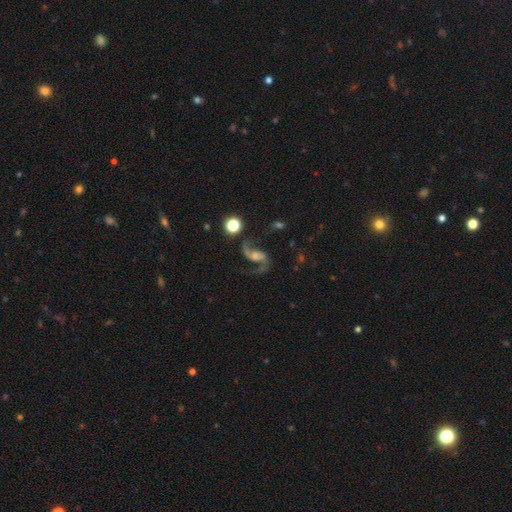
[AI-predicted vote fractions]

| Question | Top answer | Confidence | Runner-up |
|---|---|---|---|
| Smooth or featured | featured or disk | 86% | star or artifact (8%) |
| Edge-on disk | no | 98% | yes (2%) |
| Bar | no | 46% | weak (39%) |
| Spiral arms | yes | 97% | no (3%) |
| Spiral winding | loose | 72% | medium (24%) |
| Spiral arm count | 2 | 92% | 1 (4%) |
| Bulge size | moderate | 35% | small (30%) |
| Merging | none | 68% | minor disturbance (14%) |